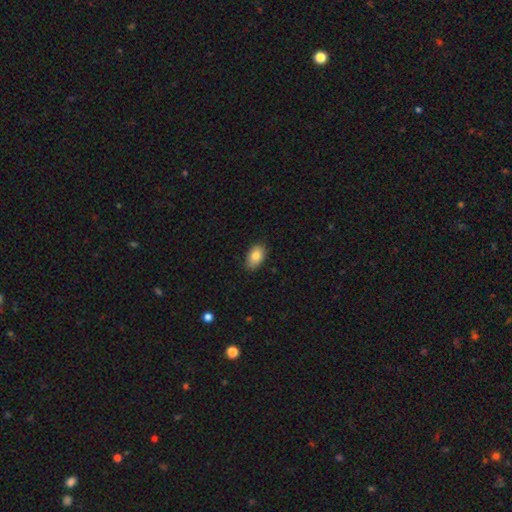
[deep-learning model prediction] A smooth galaxy with no disk features (83%) that is in between round and cigar-shaped (90%).

Vote fractions:
- Smooth or featured? smooth: 83% / featured or disk: 10% / star or artifact: 8%
- How rounded? in between: 90% / round: 8% / cigar-shaped: 2%
- Merging? none: 83% / minor disturbance: 14% / major disturbance: 2% / merger: 1%